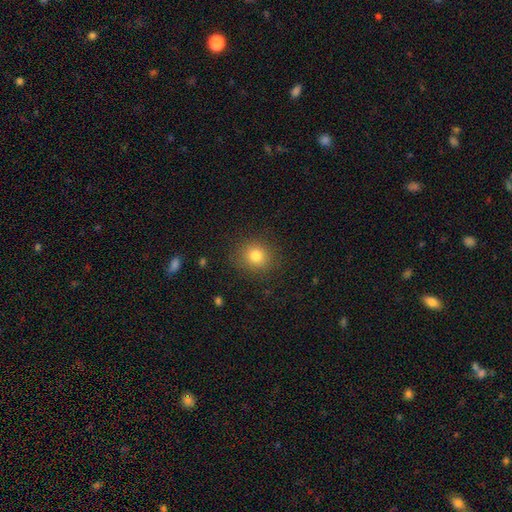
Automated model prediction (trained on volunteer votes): Morphology: type=smooth (81%); roundness=round (79%); merging=none (87%).